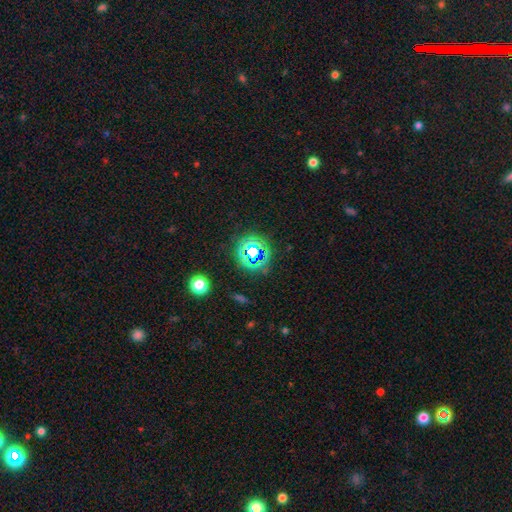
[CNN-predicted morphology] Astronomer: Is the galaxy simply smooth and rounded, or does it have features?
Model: star or artifact — 68%.